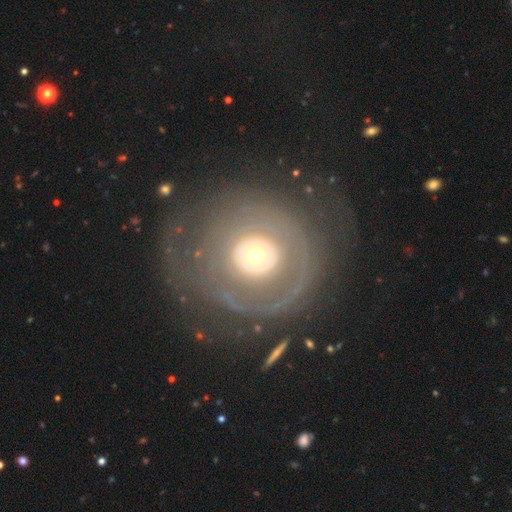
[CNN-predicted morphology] smooth_or_featured: featured or disk (p=0.67) [alt: smooth p=0.25]
disk_edge_on: no (p=0.96) [alt: yes p=0.04]
bar: no (p=0.88) [alt: weak p=0.08]
has_spiral_arms: no (p=0.61) [alt: yes p=0.39]
bulge_size: small (p=0.42) [alt: moderate p=0.40]
merging: none (p=0.66) [alt: major disturbance p=0.18]